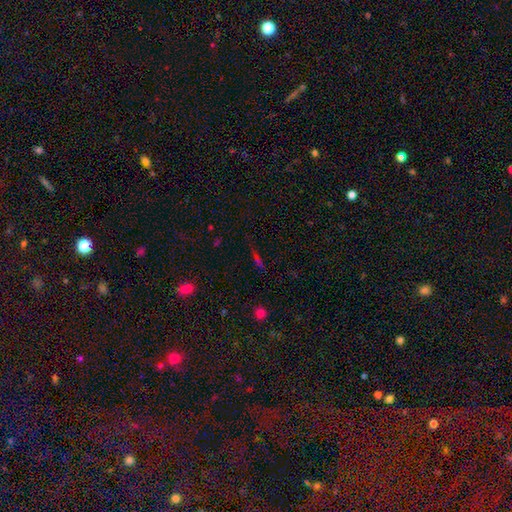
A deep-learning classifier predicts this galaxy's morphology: star or artifact 42%, smooth 35%, featured or disk 23%.